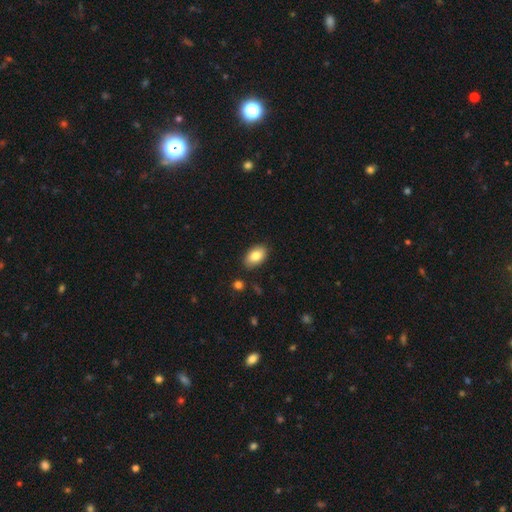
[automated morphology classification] Smooth or featured? smooth (83%)
How rounded? in between (92%)
Merging? none (87%)